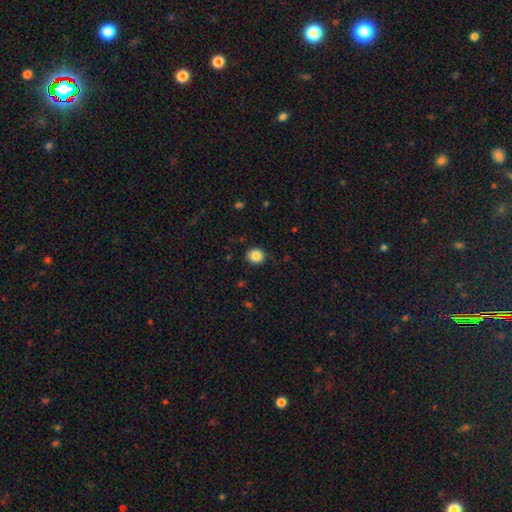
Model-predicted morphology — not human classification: smooth-or-featured: smooth: 86% | star or artifact: 9% | featured or disk: 5%
  how-rounded: round: 81% | in between: 18% | cigar-shaped: 1%
  merging: none: 90% | minor disturbance: 7% | major disturbance: 2% | merger: 1%